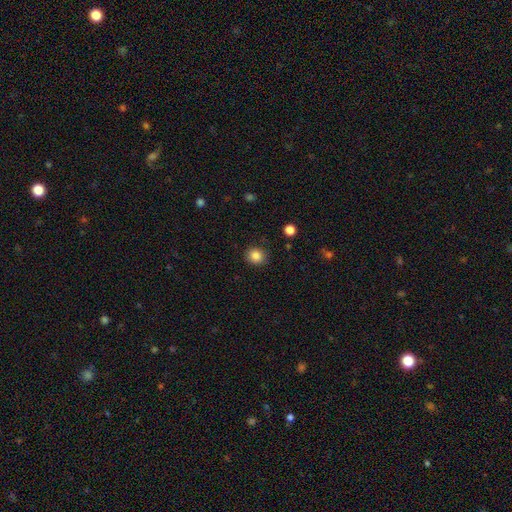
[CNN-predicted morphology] type=smooth (85%); roundness=round (84%); merging=none (89%).